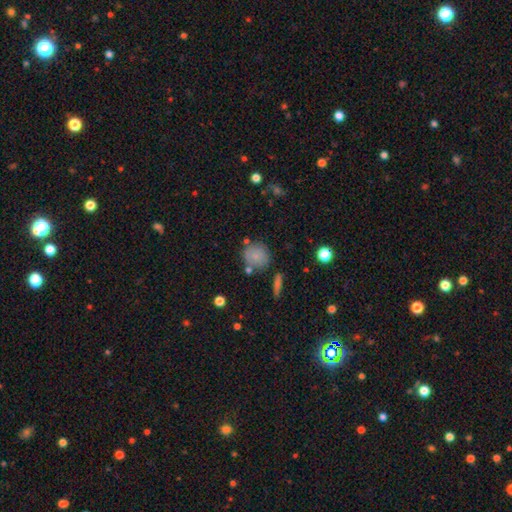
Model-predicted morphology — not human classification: Smooth or featured? Predicted: smooth (p=0.77). How rounded? Predicted: round (p=0.87). Merging? Predicted: none (p=0.72).